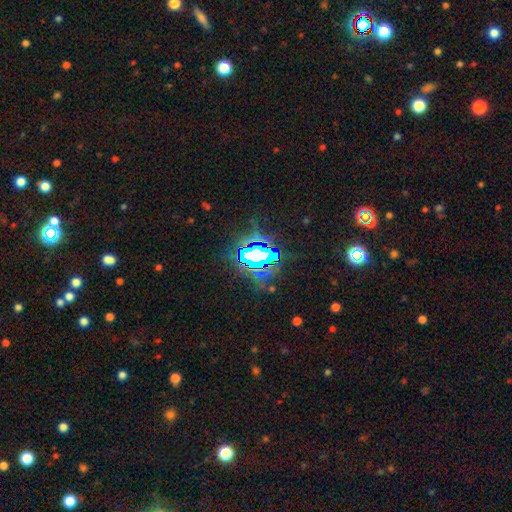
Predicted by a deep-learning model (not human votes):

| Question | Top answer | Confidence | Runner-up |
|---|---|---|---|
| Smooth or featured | star or artifact | 72% | featured or disk (15%) |